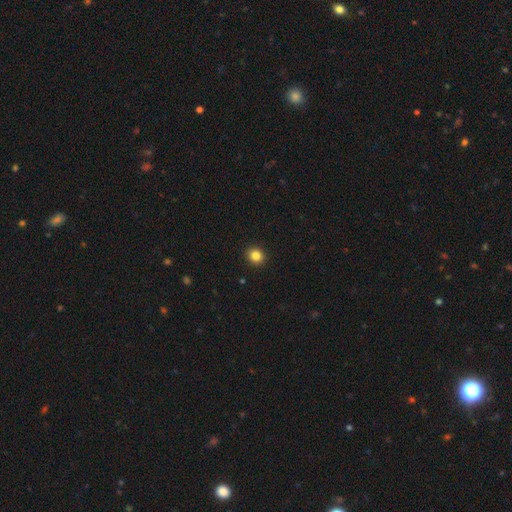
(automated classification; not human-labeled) Q: Smooth or featured?
A: smooth (84%); runner-up: star or artifact (11%)
Q: How rounded?
A: round (82%); runner-up: in between (17%)
Q: Merging?
A: none (93%); runner-up: minor disturbance (5%)